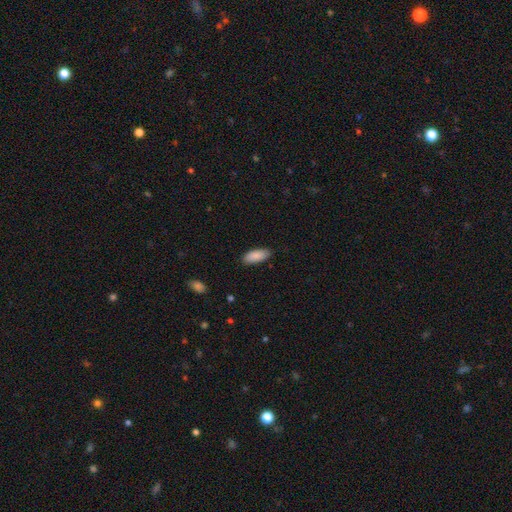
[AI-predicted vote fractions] A smooth galaxy with no disk features (89%) that is in between round and cigar-shaped (83%). Merging: none (87%).